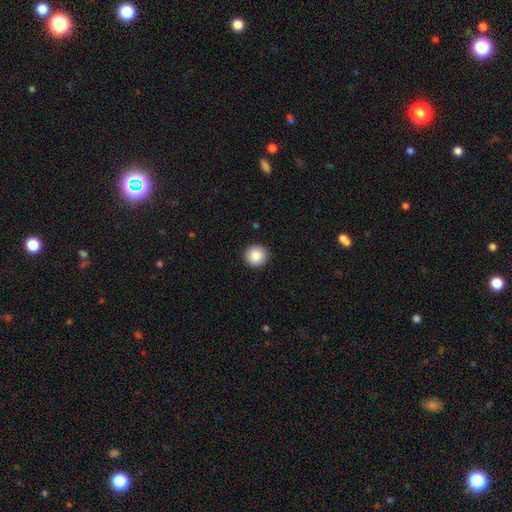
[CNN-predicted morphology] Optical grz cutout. It shows a smooth galaxy with no disk features (87%) that is round (95%). Merging: none (93%).